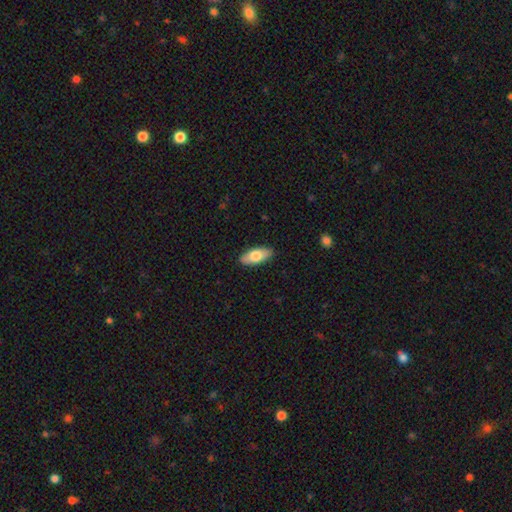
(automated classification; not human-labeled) A smooth galaxy with no disk features (73%) that is in between round and cigar-shaped (86%). Merging: none (89%).